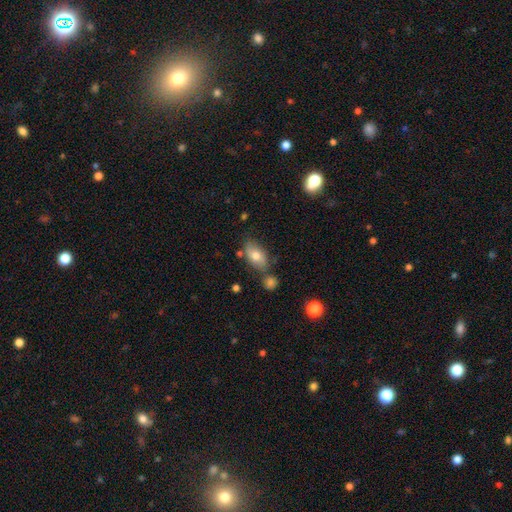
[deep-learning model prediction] smooth-or-featured: smooth: 72% | featured or disk: 20% | star or artifact: 8%
  how-rounded: in between: 90% | round: 7% | cigar-shaped: 3%
  merging: none: 66% | minor disturbance: 18% | merger: 12% | major disturbance: 4%